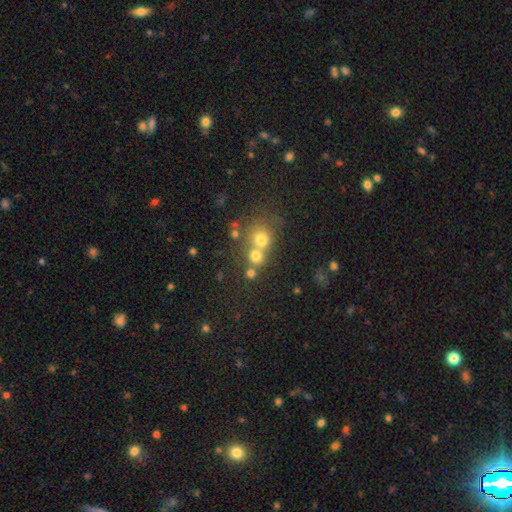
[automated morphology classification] A smooth galaxy with no disk features (69%) that is round (84%). Merging: merger (47%).